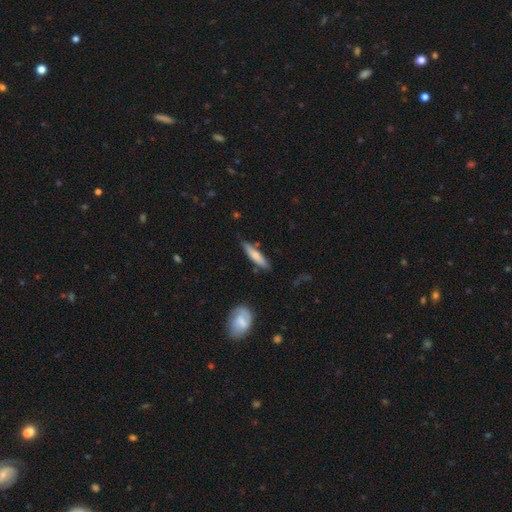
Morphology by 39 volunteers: This is likely a smooth galaxy (69%). How rounded: likely cigar-shaped (67%). Merging: clearly none (84%).